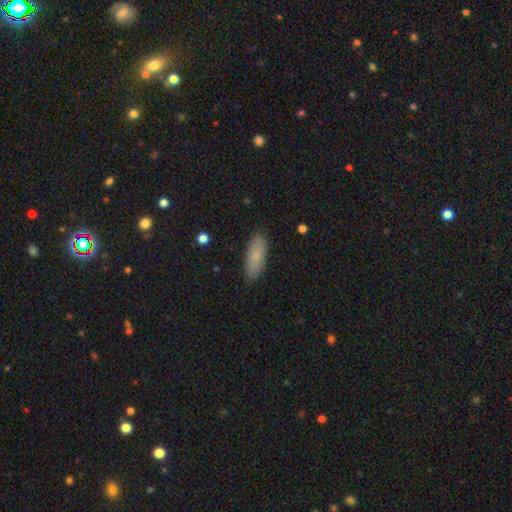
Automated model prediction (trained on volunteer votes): smooth 78%, featured or disk 15%, star or artifact 7%. Down the decision tree: how rounded — in between (74%); merging — none (88%).